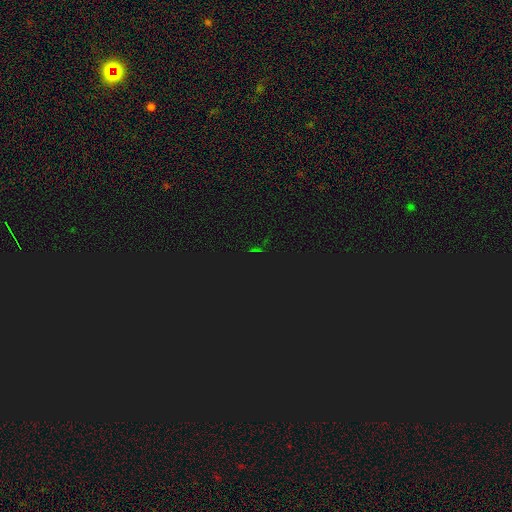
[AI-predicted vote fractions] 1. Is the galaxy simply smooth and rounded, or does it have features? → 76% star or artifact, 15% smooth, 9% featured or disk.